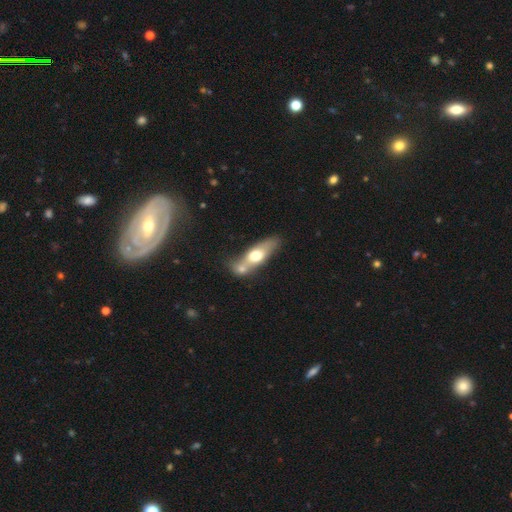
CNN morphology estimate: type=smooth (58%); roundness=in between (57%); merging=merger (49%).